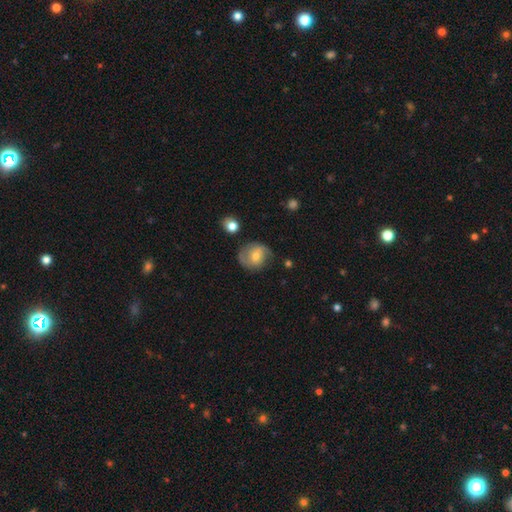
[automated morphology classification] type=featured or disk (52%); edge-on=no (96%); merging=none (66%).